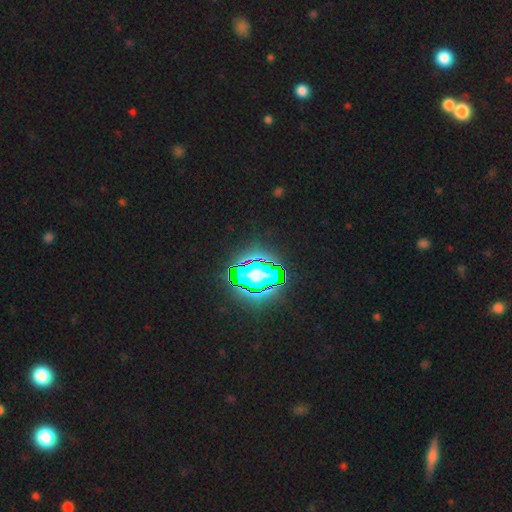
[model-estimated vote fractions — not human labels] smooth_or_featured: star or artifact (p=0.73) [alt: smooth p=0.15]